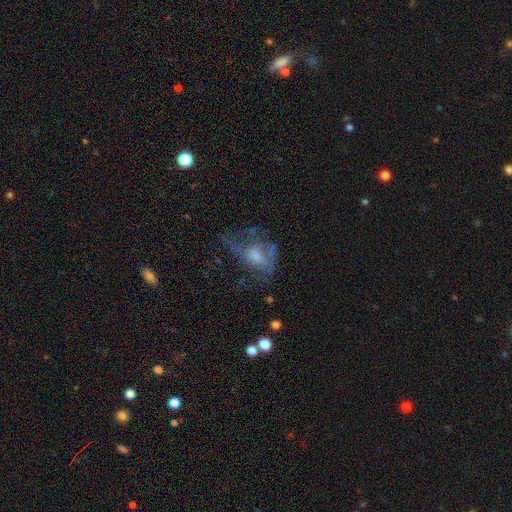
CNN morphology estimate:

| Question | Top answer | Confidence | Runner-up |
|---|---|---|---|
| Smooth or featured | featured or disk | 53% | smooth (32%) |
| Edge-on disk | no | 94% | yes (6%) |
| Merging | major disturbance | 45% | none (31%) |